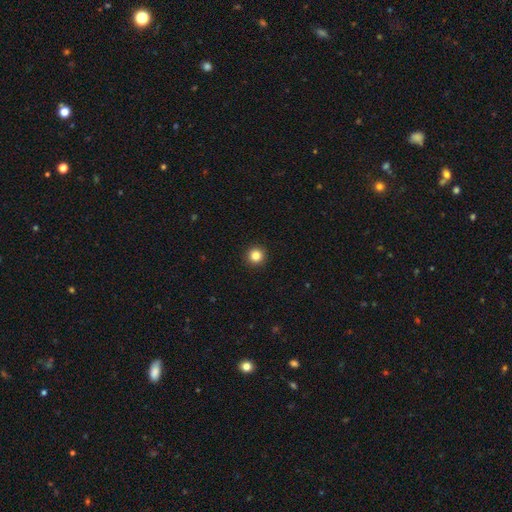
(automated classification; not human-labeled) Morphology: type=smooth (84%); roundness=round (96%); merging=none (94%).